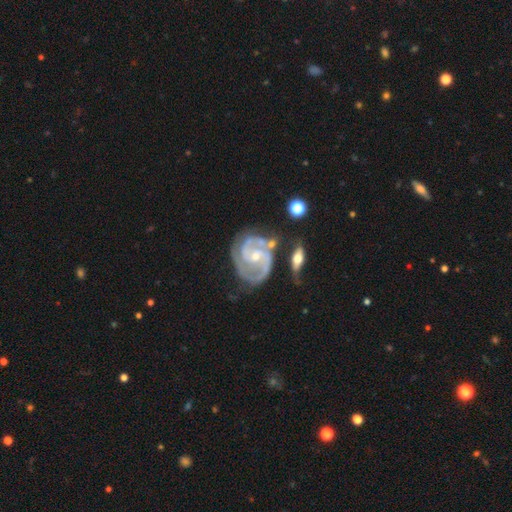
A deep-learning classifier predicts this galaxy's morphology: A featured or disk galaxy (91%) with no bar (50%), 2 (61%) tight (49%) spiral arms (98%) and a small central bulge (58%). Merging: none (54%).